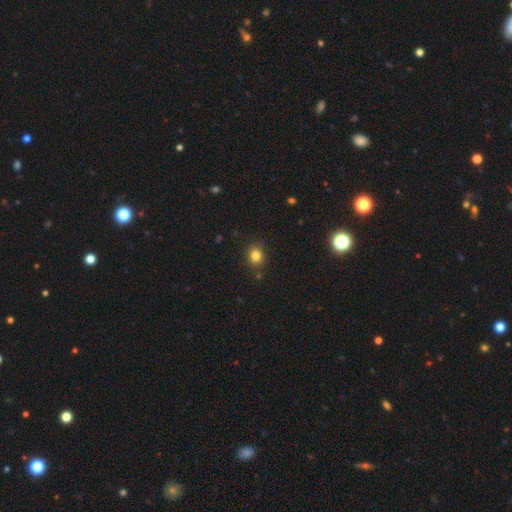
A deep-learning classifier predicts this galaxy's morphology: Smooth or featured?
  - smooth: 82% *
  - star or artifact: 13%
  - featured or disk: 6%
How rounded?
  - round: 72% *
  - in between: 27%
  - cigar-shaped: 1%
Merging?
  - none: 85% *
  - minor disturbance: 10%
  - major disturbance: 3%
  - merger: 2%